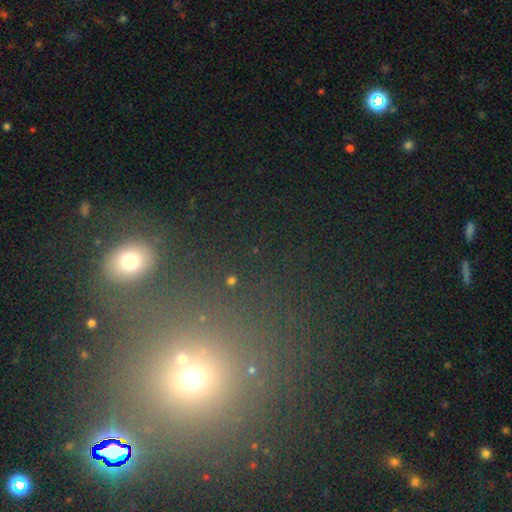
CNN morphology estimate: This is possibly a smooth galaxy (46%). Merging: likely none (75%).